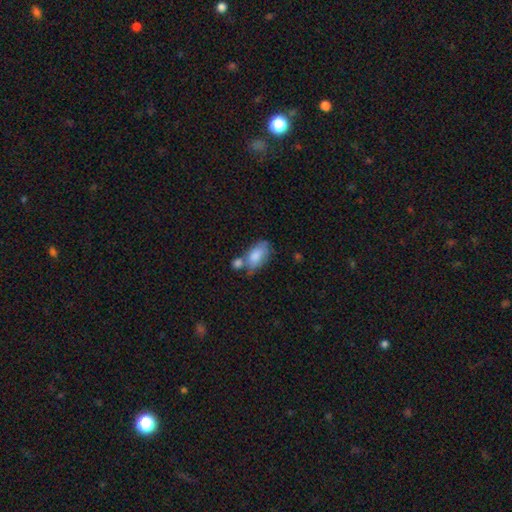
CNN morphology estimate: A smooth galaxy with no disk features (79%) that is in between round and cigar-shaped (92%).

Vote fractions:
- Smooth or featured? smooth: 79% / featured or disk: 15% / star or artifact: 6%
- How rounded? in between: 92% / round: 5% / cigar-shaped: 3%
- Merging? none: 37% / merger: 35% / minor disturbance: 20% / major disturbance: 8%